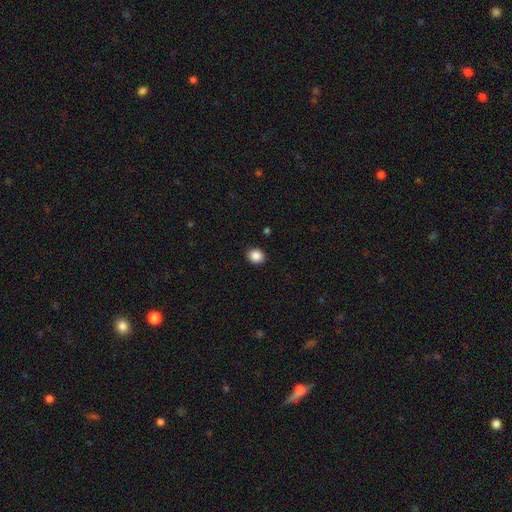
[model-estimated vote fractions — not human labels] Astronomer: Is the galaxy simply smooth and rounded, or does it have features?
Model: smooth — 88%.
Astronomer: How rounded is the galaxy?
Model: round — 73%.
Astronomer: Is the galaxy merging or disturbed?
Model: none — 91%.